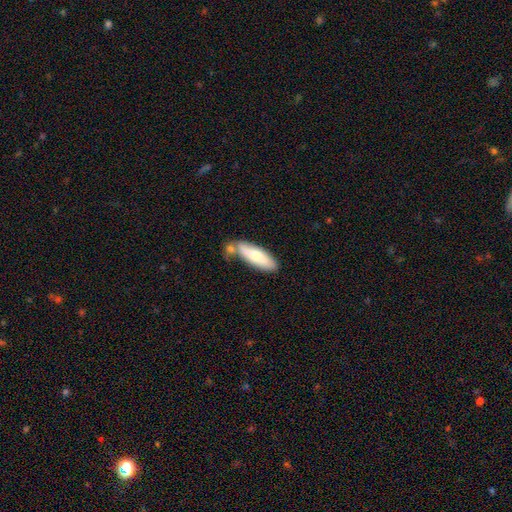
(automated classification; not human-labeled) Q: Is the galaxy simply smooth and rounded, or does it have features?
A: smooth — 69%.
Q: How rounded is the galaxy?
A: in between — 55%.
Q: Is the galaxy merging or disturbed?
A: none — 53%.